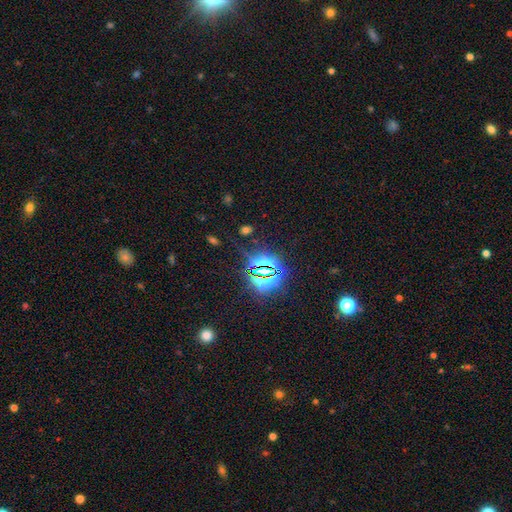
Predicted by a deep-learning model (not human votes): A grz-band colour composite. It shows a star or artifact, not a galaxy (80%).